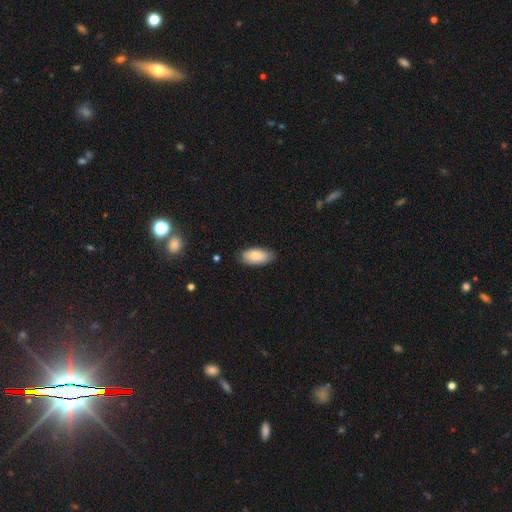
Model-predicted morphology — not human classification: Smooth or featured?
  - smooth: 79% *
  - featured or disk: 15%
  - star or artifact: 6%
How rounded?
  - in between: 92% *
  - cigar-shaped: 5%
  - round: 2%
Merging?
  - none: 80% *
  - minor disturbance: 17%
  - major disturbance: 2%
  - merger: 1%